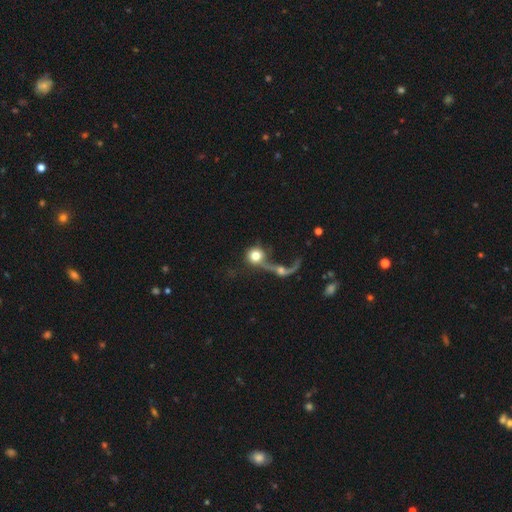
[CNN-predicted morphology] Q: Smooth or featured?
A: smooth (66%); runner-up: featured or disk (25%)
Q: How rounded?
A: round (87%); runner-up: in between (11%)
Q: Merging?
A: merger (51%); runner-up: none (21%)